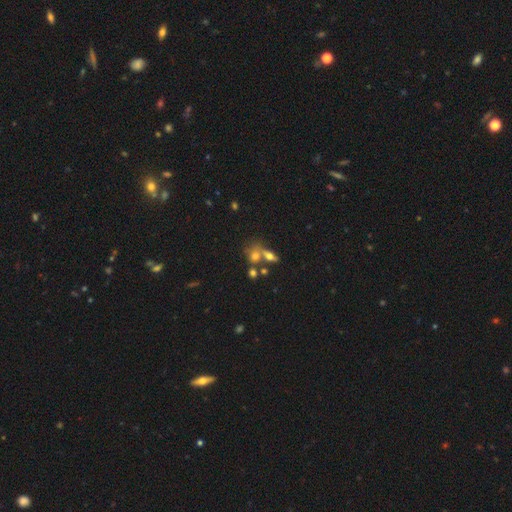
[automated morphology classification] smooth 59%, featured or disk 23%, star or artifact 18%. Down the decision tree: how rounded — round (53%); merging — merger (49%).